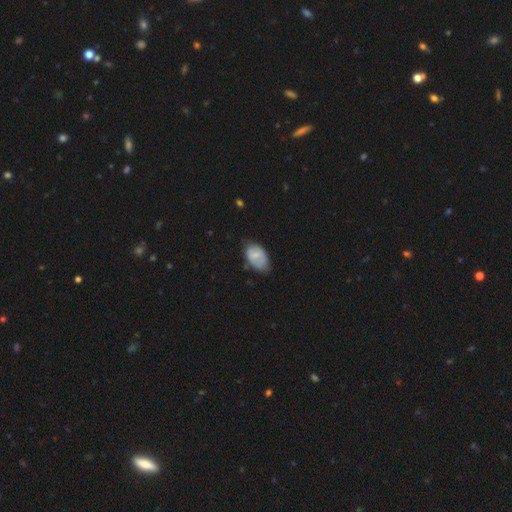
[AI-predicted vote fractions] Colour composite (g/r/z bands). It shows a smooth galaxy with no disk features (63%) that is in between round and cigar-shaped (91%). Merging: none (52%).